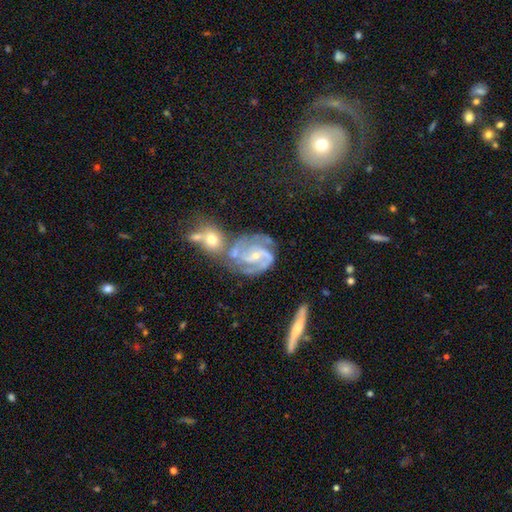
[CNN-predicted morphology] This is clearly a featured or disk galaxy (89%). It is clearly not viewed edge-on (97%). Bar: marginally no (43%). Spiral arm pattern: clearly yes (98%). Spiral arm count: possibly 2 (55%). Spiral winding: possibly medium (50%). Central bulge: likely small (68%). Merging: marginally none (44%).